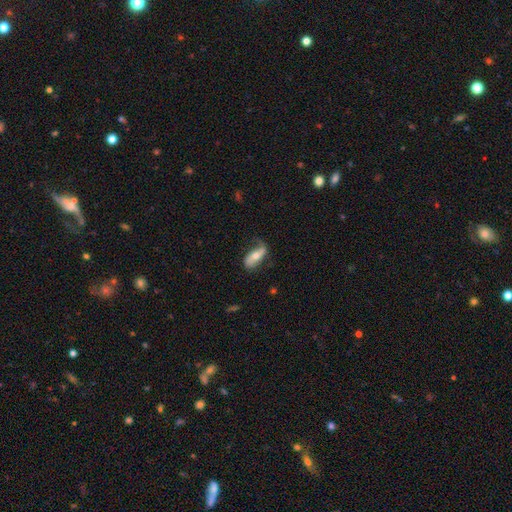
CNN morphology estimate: type=featured or disk (57%); edge-on=no (84%); merging=none (52%).